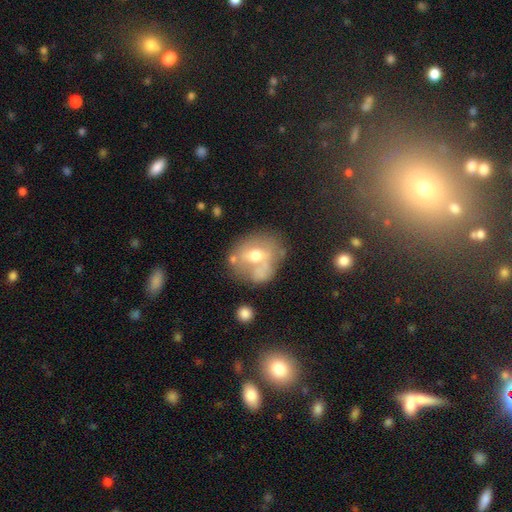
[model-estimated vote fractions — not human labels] Smooth or featured?
  - featured or disk: 45% * (tied)
  - smooth: 45% * (tied)
  - star or artifact: 10%
Merging?
  - none: 40% *
  - minor disturbance: 22%
  - merger: 22%
  - major disturbance: 15%